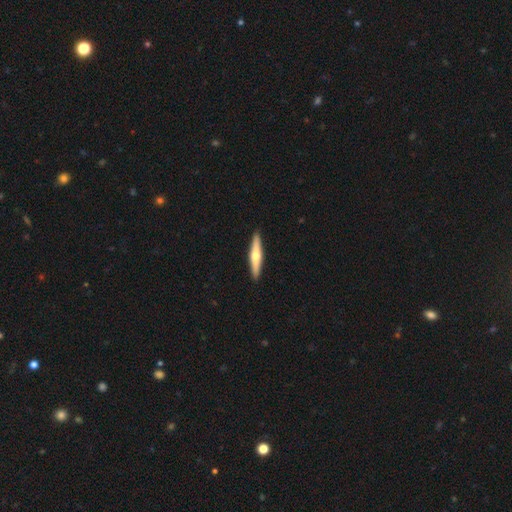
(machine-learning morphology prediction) Q: Smooth or featured?
A: featured or disk (49%); runner-up: smooth (46%)
Q: Merging?
A: none (92%); runner-up: minor disturbance (6%)